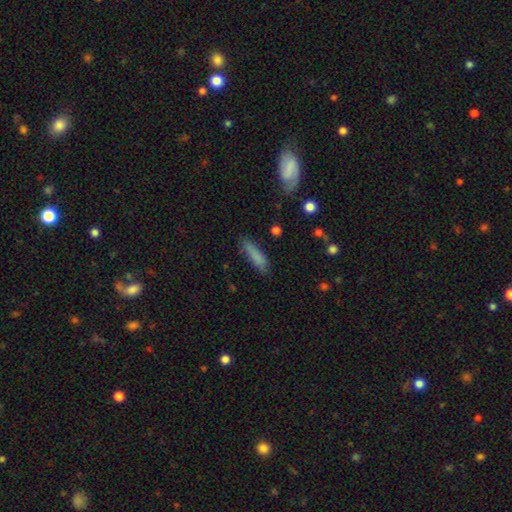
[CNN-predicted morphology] Smooth or featured? Predicted: smooth (p=0.81). How rounded? Predicted: cigar-shaped (p=0.72). Merging? Predicted: none (p=0.76).